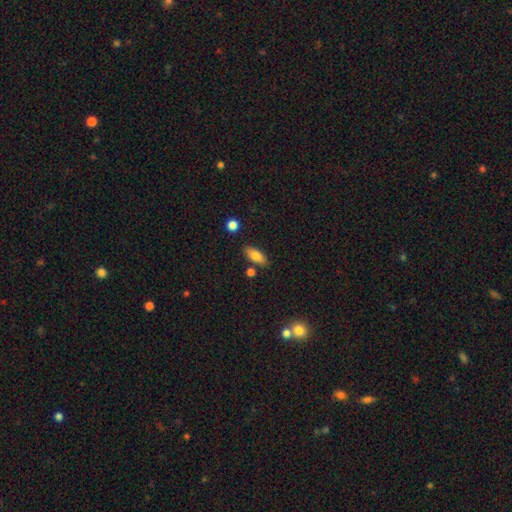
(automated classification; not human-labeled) Smooth or featured?
  - smooth: 78% *
  - featured or disk: 14%
  - star or artifact: 8%
How rounded?
  - in between: 81% *
  - cigar-shaped: 16%
  - round: 3%
Merging?
  - none: 79% *
  - minor disturbance: 12%
  - merger: 6%
  - major disturbance: 3%